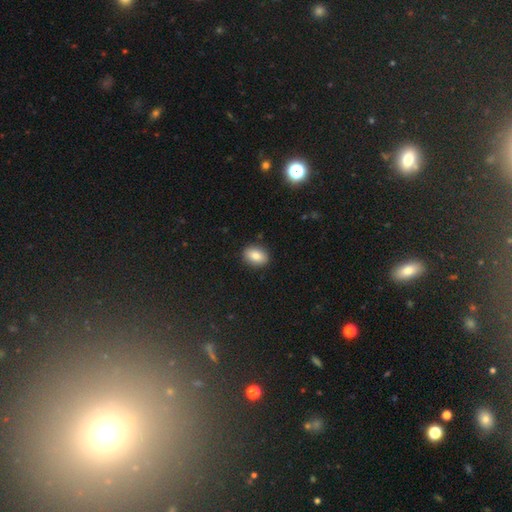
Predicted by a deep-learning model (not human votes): Smooth or featured?
  - smooth: 84% *
  - star or artifact: 8%
  - featured or disk: 8%
How rounded?
  - in between: 78% *
  - round: 20%
  - cigar-shaped: 2%
Merging?
  - none: 89% *
  - minor disturbance: 8%
  - major disturbance: 2%
  - merger: 1%